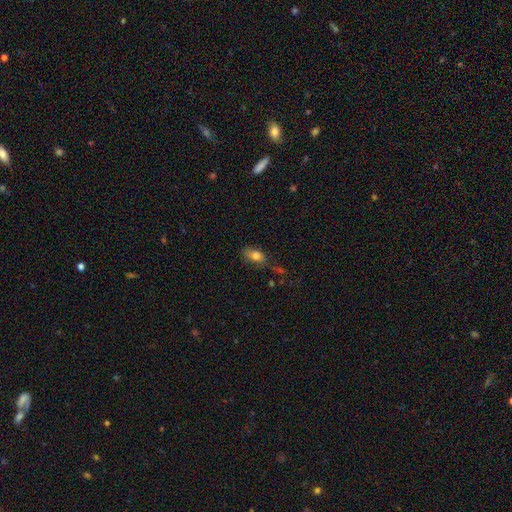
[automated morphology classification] smooth-or-featured: smooth: 78% | featured or disk: 12% | star or artifact: 10%
  how-rounded: in between: 86% | round: 9% | cigar-shaped: 5%
  merging: none: 58% | minor disturbance: 26% | major disturbance: 9% | merger: 6%